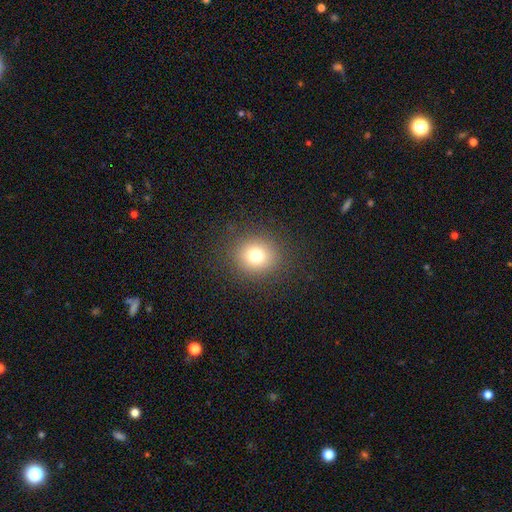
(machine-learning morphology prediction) The model was most divided on "smooth or featured": smooth: 77%, star or artifact: 14%, featured or disk: 9%. More confident: merging — none (88%); how rounded — round (82%).